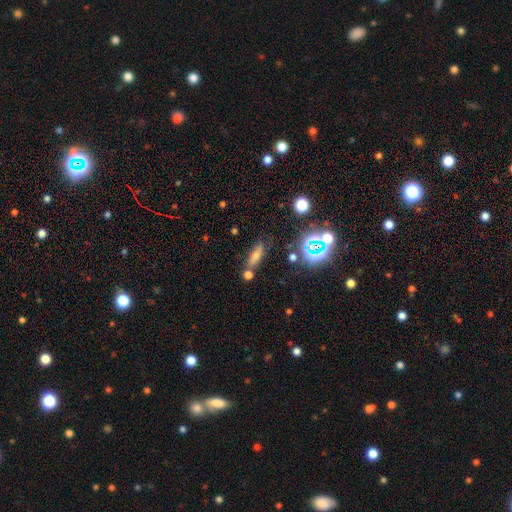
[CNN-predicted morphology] Q: Smooth or featured?
A: smooth (63%); runner-up: star or artifact (21%)
Q: How rounded?
A: cigar-shaped (49%); runner-up: in between (44%)
Q: Merging?
A: none (70%); runner-up: minor disturbance (13%)